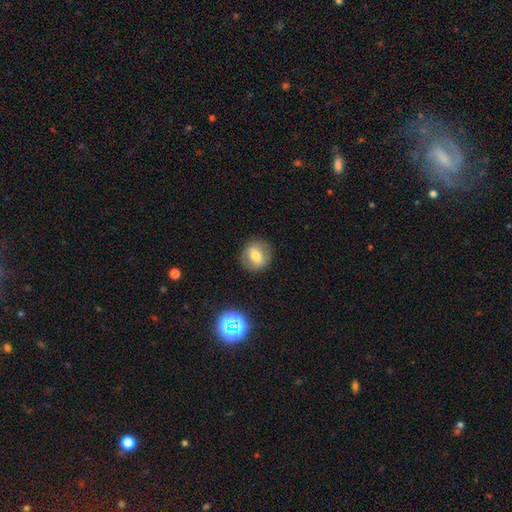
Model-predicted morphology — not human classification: Smooth or featured? Predicted: smooth (p=0.61). How rounded? Predicted: round (p=0.77). Merging? Predicted: none (p=0.85).